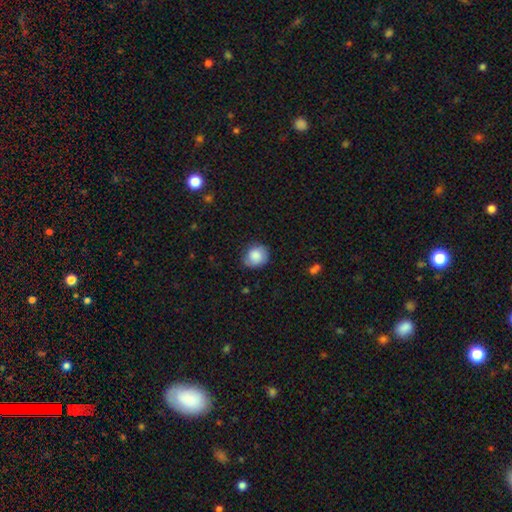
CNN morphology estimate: This appears to be a smooth galaxy with no disk features (84%) that is round (73%). Merging: none (74%).